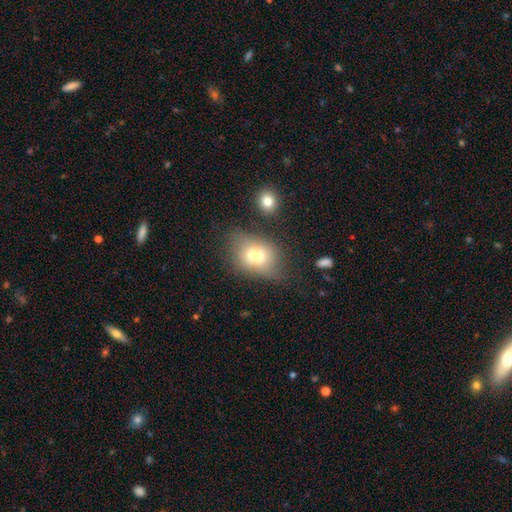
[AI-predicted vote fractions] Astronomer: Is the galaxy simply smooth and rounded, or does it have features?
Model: smooth — 71%.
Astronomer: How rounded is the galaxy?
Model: in between — 76%.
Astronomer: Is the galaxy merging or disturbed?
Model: none — 47% (runner-up: minor disturbance, 26%).